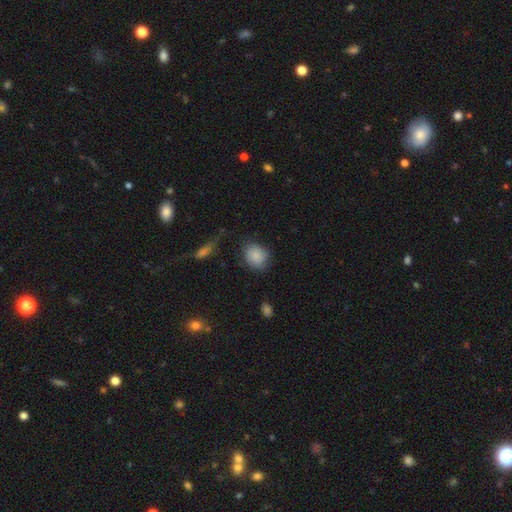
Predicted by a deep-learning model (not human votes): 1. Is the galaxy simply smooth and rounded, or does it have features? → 84% smooth, 9% featured or disk, 8% star or artifact.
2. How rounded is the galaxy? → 60% round, 38% in between, 1% cigar-shaped.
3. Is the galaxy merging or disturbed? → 69% none, 22% minor disturbance, 6% major disturbance, 3% merger.